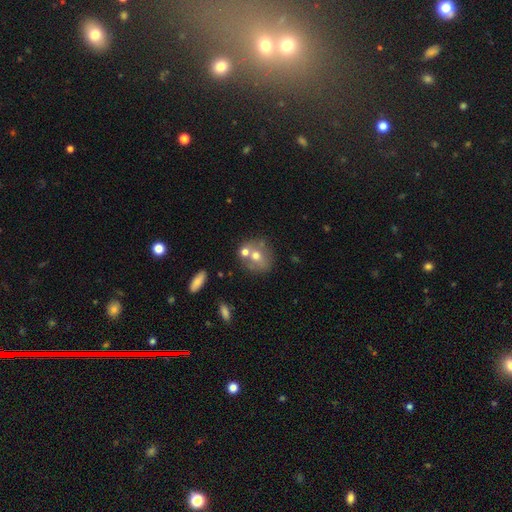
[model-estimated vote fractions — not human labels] A smooth galaxy with no disk features (59%) that is round (76%). Merging: none (50%).